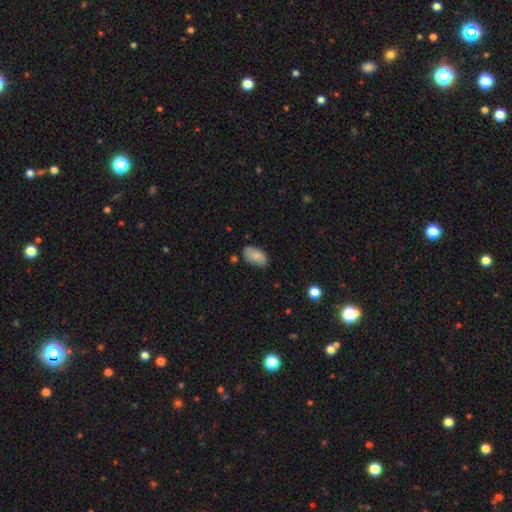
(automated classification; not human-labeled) smooth-or-featured: smooth: 79% | featured or disk: 14% | star or artifact: 7%
  how-rounded: in between: 93% | round: 5% | cigar-shaped: 1%
  merging: none: 71% | minor disturbance: 23% | major disturbance: 4% | merger: 2%